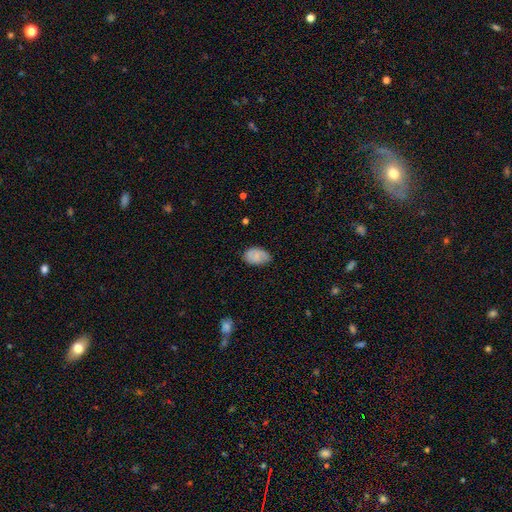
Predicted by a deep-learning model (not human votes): smooth-or-featured: smooth: 77% | featured or disk: 16% | star or artifact: 7%
  how-rounded: in between: 90% | round: 9% | cigar-shaped: 1%
  merging: none: 71% | minor disturbance: 24% | major disturbance: 4% | merger: 1%